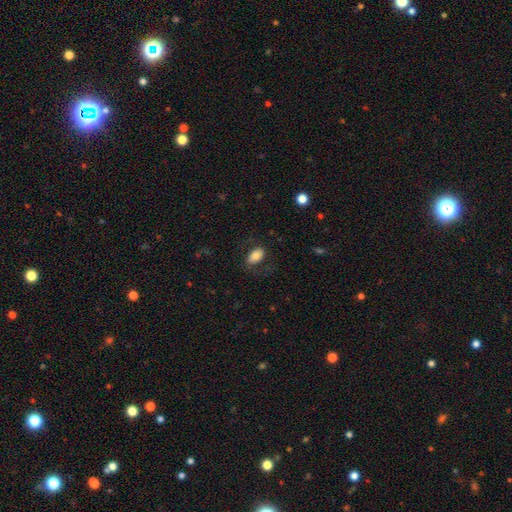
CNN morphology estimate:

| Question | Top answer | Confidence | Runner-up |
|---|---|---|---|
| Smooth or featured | smooth | 75% | featured or disk (17%) |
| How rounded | in between | 91% | round (6%) |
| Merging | none | 74% | minor disturbance (16%) |